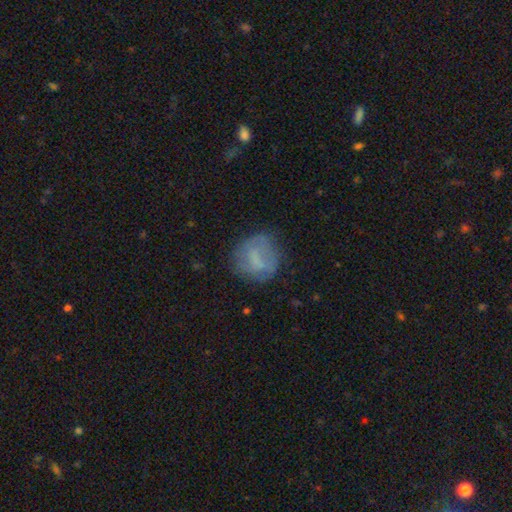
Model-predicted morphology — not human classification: Smooth or featured?
  - smooth: 59% *
  - featured or disk: 30%
  - star or artifact: 10%
How rounded?
  - round: 79% *
  - in between: 20%
  - cigar-shaped: 1%
Merging?
  - none: 66% *
  - minor disturbance: 21%
  - major disturbance: 10%
  - merger: 2%